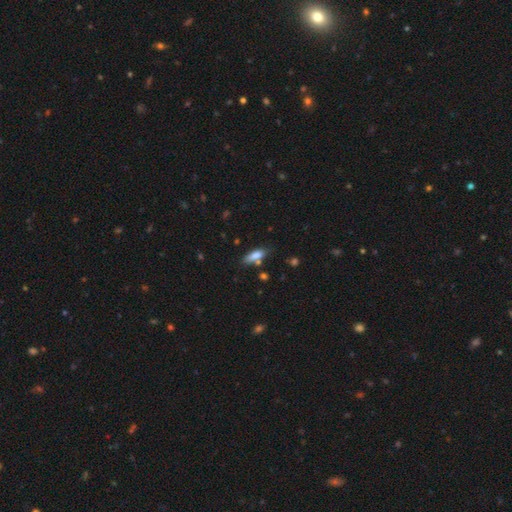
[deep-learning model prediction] A smooth galaxy with no disk features (79%) that is in between round and cigar-shaped (58%). Merging: none (65%).